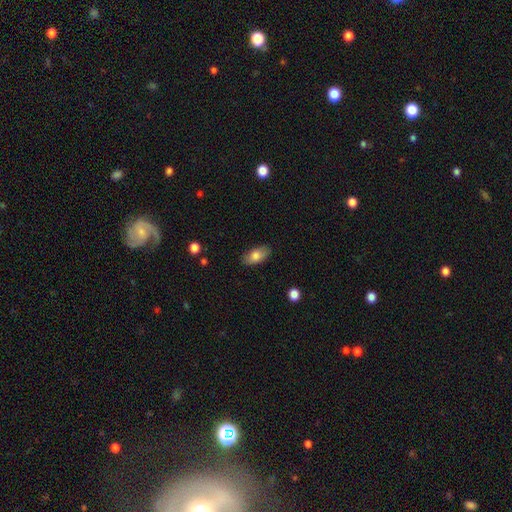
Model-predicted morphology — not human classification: Smooth or featured?
  - smooth: 80% *
  - featured or disk: 14%
  - star or artifact: 7%
How rounded?
  - in between: 91% *
  - cigar-shaped: 6%
  - round: 3%
Merging?
  - none: 85% *
  - minor disturbance: 12%
  - major disturbance: 2%
  - merger: 1%